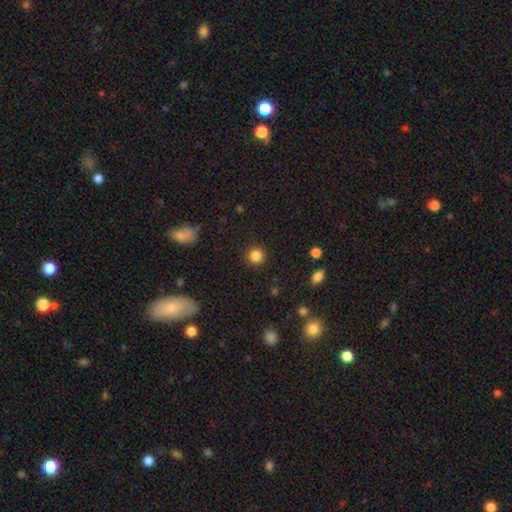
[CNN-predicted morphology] smooth-or-featured: smooth: 85% | star or artifact: 11% | featured or disk: 4%
  how-rounded: round: 93% | in between: 6% | cigar-shaped: 1%
  merging: none: 91% | minor disturbance: 6% | major disturbance: 2% | merger: 1%